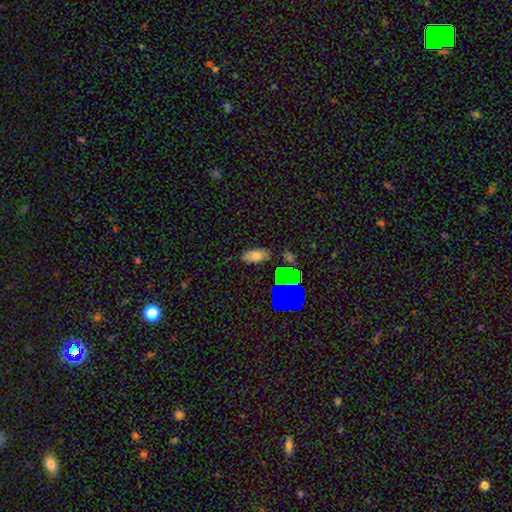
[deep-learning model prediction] smooth 70%, star or artifact 16%, featured or disk 14%. Down the decision tree: how rounded — in between (84%); merging — none (80%).